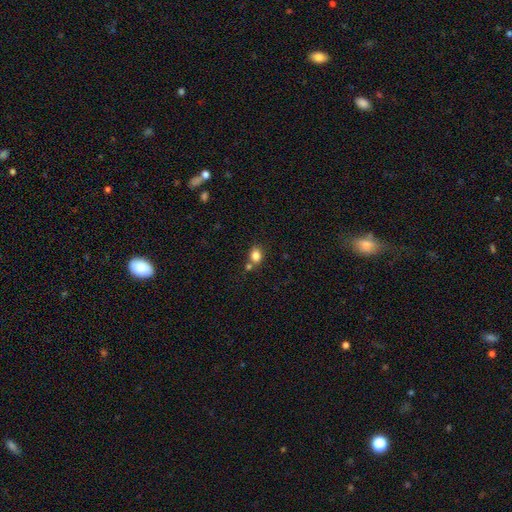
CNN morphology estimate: Smooth or featured: smooth — 83% (star or artifact — 11%)
How rounded: in between — 59% (round — 39%)
Merging: none — 61% (merger — 21%)